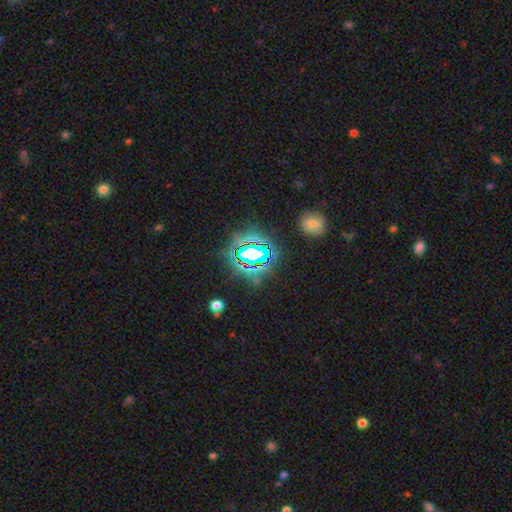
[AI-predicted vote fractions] star or artifact 73%, smooth 16%, featured or disk 11%.